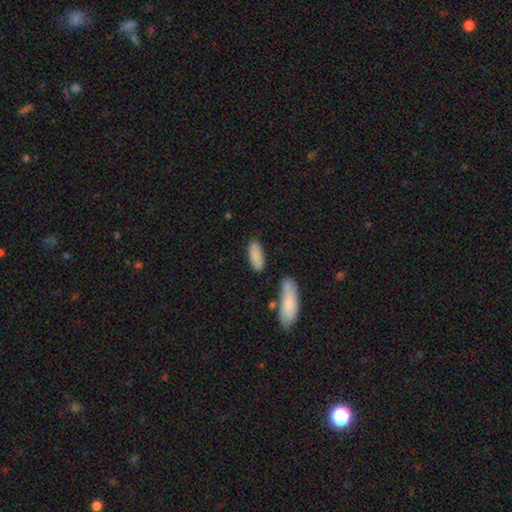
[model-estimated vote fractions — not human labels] Smooth or featured?
  - smooth: 86% *
  - featured or disk: 7%
  - star or artifact: 6%
How rounded?
  - in between: 77% *
  - cigar-shaped: 21%
  - round: 2%
Merging?
  - none: 78% *
  - minor disturbance: 14%
  - merger: 5%
  - major disturbance: 3%